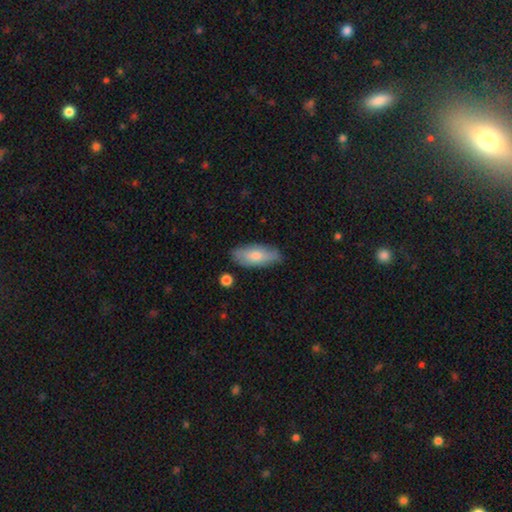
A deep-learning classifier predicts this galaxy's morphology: A smooth galaxy with no disk features (72%) that is in between round and cigar-shaped (80%). Merging: none (81%).